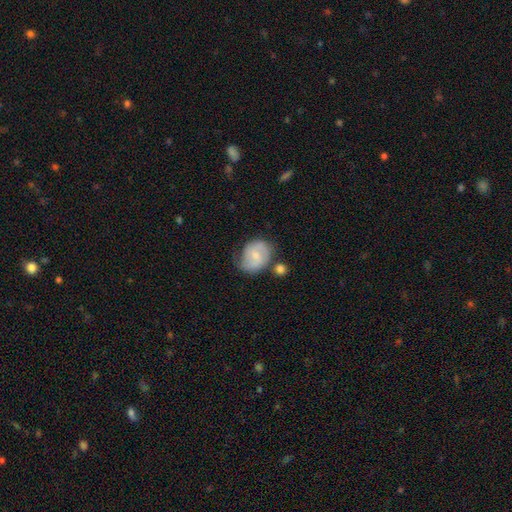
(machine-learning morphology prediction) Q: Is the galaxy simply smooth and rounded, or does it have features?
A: featured or disk — 57%.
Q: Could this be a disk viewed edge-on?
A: no — 97%.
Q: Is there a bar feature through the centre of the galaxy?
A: weak — 49%.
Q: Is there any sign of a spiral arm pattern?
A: yes — 86%.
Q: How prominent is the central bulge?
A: small — 54%.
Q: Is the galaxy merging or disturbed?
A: none — 54%.